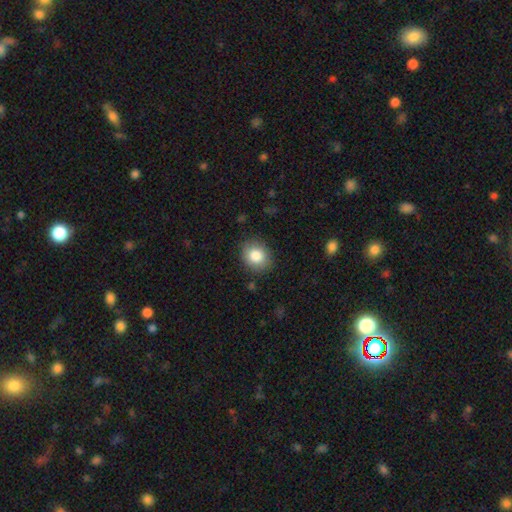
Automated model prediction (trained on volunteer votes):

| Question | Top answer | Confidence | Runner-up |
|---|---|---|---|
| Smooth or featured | smooth | 83% | star or artifact (9%) |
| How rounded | round | 68% | in between (31%) |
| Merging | none | 85% | minor disturbance (11%) |